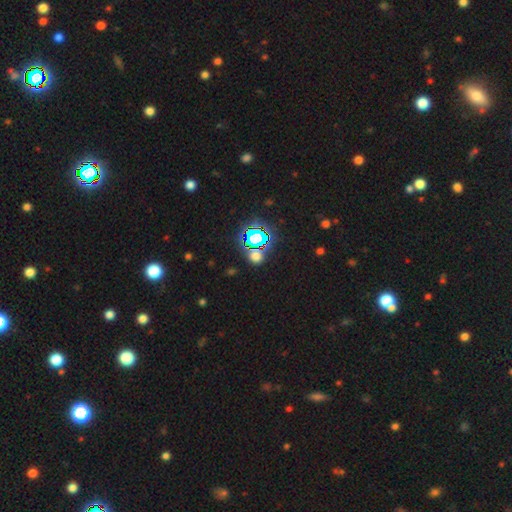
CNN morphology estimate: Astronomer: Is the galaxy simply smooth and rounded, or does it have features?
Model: star or artifact — 57% (runner-up: smooth, 35%).